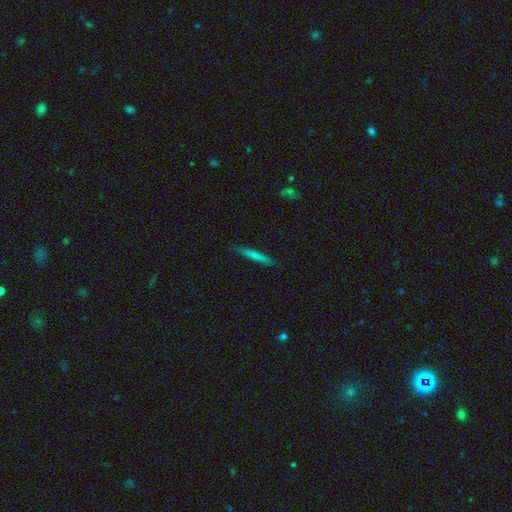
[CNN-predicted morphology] A smooth galaxy with no disk features (70%) that is cigar-shaped (95%). Merging: none (84%).